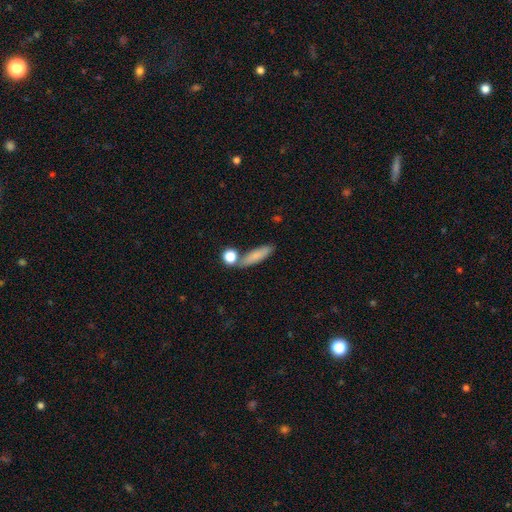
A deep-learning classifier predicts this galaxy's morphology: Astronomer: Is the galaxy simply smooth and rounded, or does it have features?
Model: smooth — 77%.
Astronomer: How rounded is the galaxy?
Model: cigar-shaped — 60%.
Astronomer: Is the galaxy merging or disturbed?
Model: none — 69%.